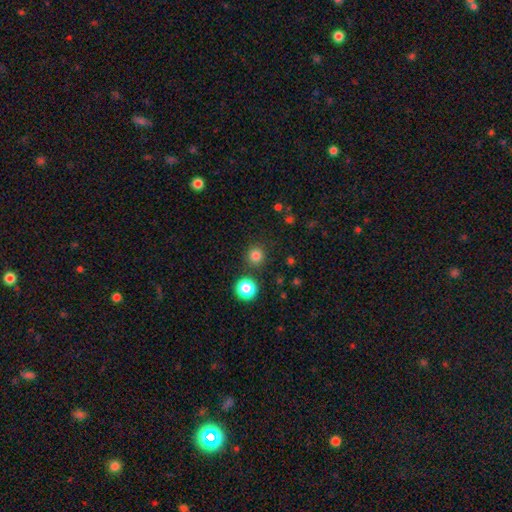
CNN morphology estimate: This appears to be a smooth galaxy with no disk features (80%) that is round (95%). Merging: none (87%).